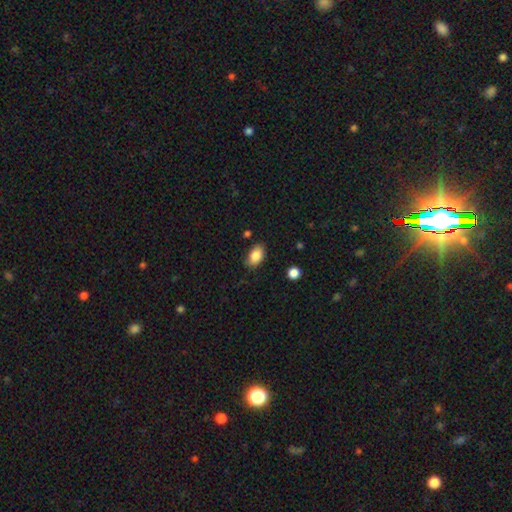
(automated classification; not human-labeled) Smooth or featured: smooth — 86% (star or artifact — 8%)
How rounded: in between — 89% (round — 9%)
Merging: none — 80% (minor disturbance — 15%)